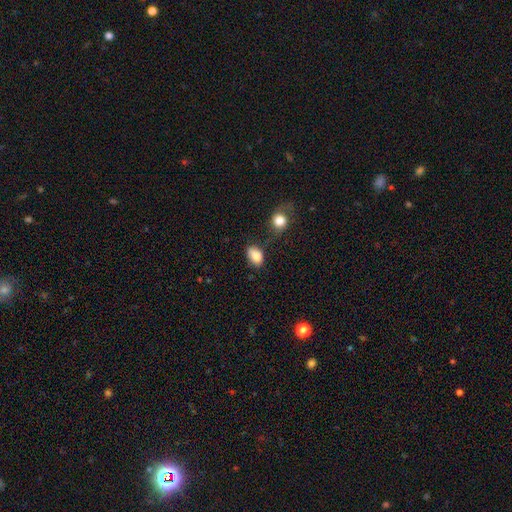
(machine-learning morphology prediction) Smooth or featured?
  - smooth: 86% *
  - star or artifact: 8%
  - featured or disk: 6%
How rounded?
  - in between: 85% *
  - round: 13%
  - cigar-shaped: 2%
Merging?
  - none: 63% *
  - minor disturbance: 23%
  - merger: 8%
  - major disturbance: 6%